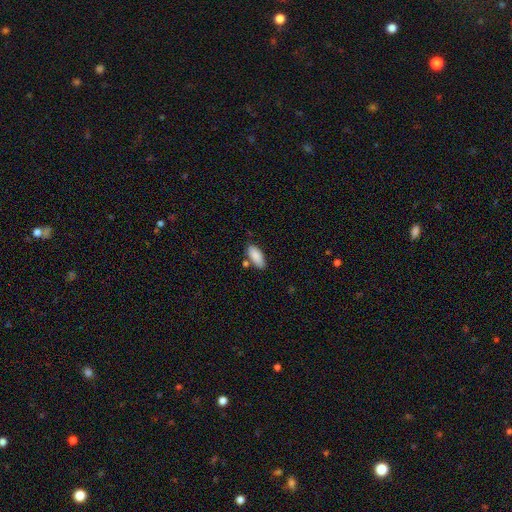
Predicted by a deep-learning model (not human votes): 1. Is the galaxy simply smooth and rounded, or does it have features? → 88% smooth, 6% star or artifact, 5% featured or disk.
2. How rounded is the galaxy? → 87% in between, 11% cigar-shaped, 2% round.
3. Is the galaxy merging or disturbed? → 73% none, 15% minor disturbance, 9% merger, 3% major disturbance.